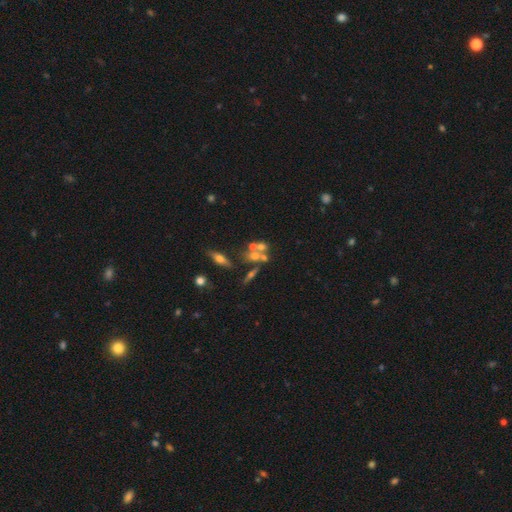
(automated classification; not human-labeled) featured or disk 43%, smooth 39%, star or artifact 17%. Down the decision tree: merging — merger (50%).